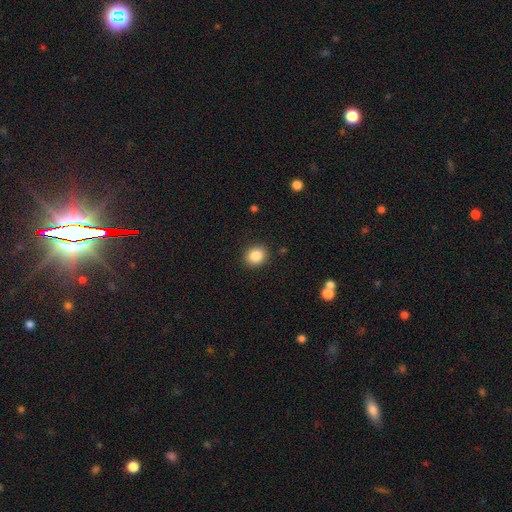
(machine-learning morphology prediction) This appears to be a smooth galaxy with no disk features (86%) that is round (75%). Merging: none (90%).